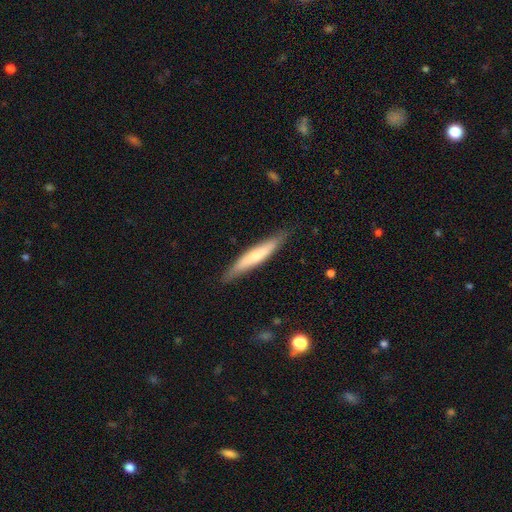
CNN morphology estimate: Smooth or featured? Predicted: smooth (p=0.59). How rounded? Predicted: cigar-shaped (p=0.92). Merging? Predicted: none (p=0.84).